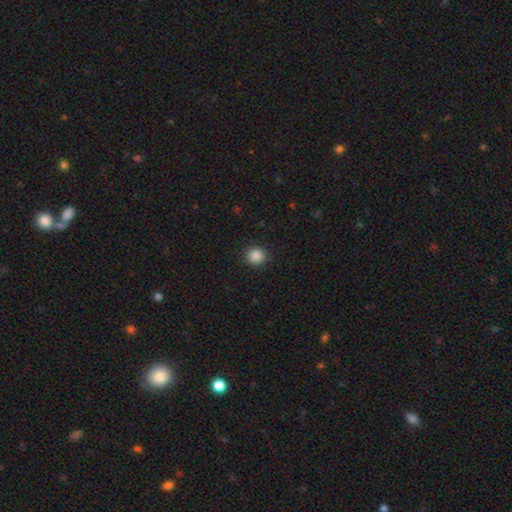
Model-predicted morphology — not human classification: smooth 87%, star or artifact 10%, featured or disk 3%. Down the decision tree: how rounded — round (92%); merging — none (90%).